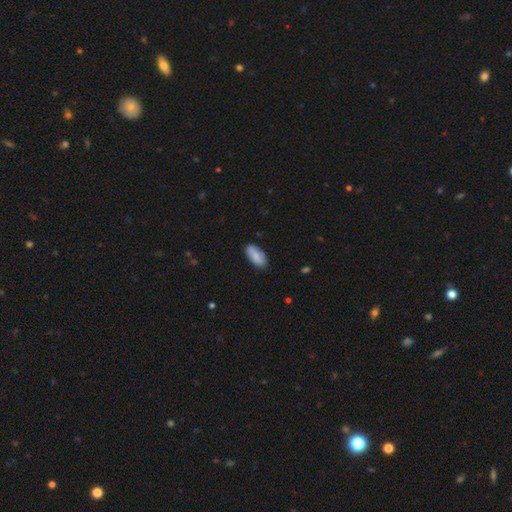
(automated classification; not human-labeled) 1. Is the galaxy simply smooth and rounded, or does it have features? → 79% smooth, 15% featured or disk, 6% star or artifact.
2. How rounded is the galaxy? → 89% in between, 9% cigar-shaped, 2% round.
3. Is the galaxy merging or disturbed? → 84% none, 13% minor disturbance, 2% major disturbance, 2% merger.